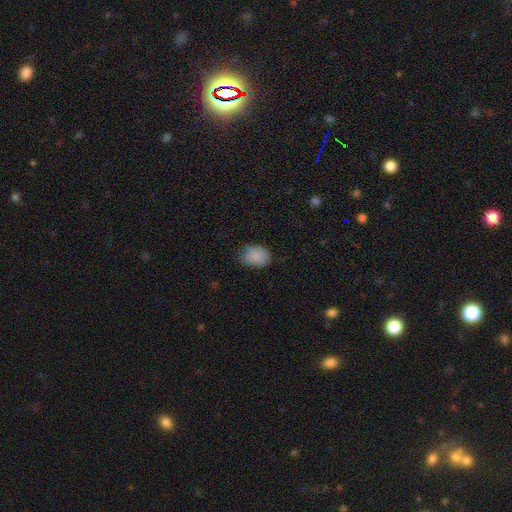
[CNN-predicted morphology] The model was most divided on "how rounded": in between: 64%, round: 35%, cigar-shaped: 1%. More confident: smooth or featured — smooth (86%); merging — none (72%).